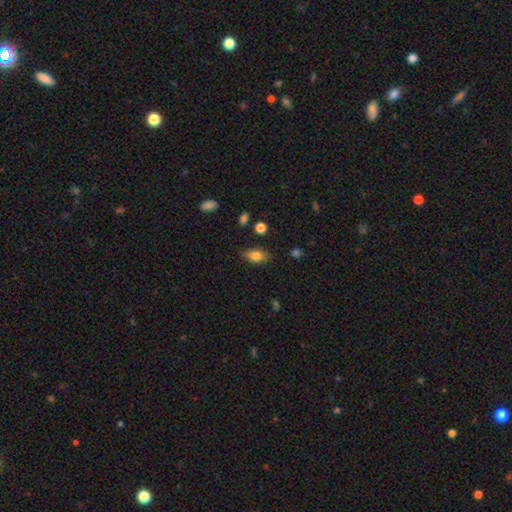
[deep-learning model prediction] Smooth or featured? smooth (83%)
How rounded? in between (88%)
Merging? none (81%)